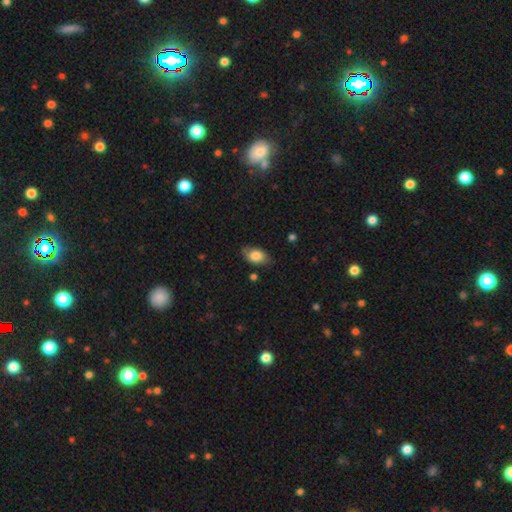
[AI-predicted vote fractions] Overall: smooth (80%). How rounded: in between (90%). Merging: none (74%).